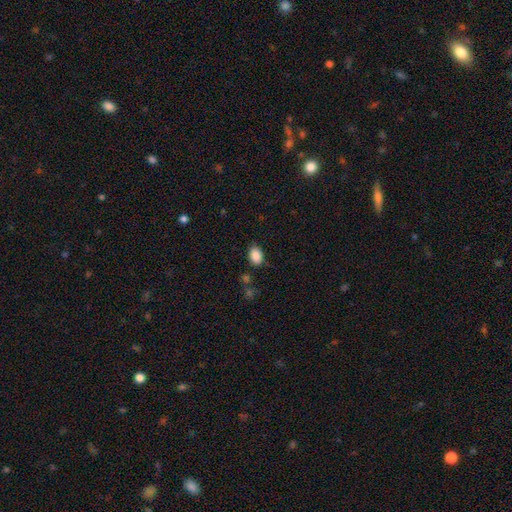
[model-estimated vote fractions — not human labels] A smooth galaxy with no disk features (88%) that is in between round and cigar-shaped (84%).

Vote fractions:
- Smooth or featured? smooth: 88% / star or artifact: 8% / featured or disk: 4%
- How rounded? in between: 84% / round: 15% / cigar-shaped: 1%
- Merging? none: 80% / minor disturbance: 14% / major disturbance: 3% / merger: 2%